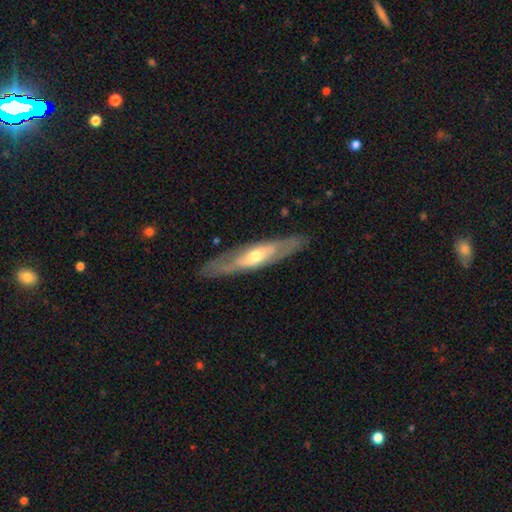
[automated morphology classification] A featured or disk galaxy (67%).

Vote fractions:
- Smooth or featured? featured or disk: 67% / smooth: 28% / star or artifact: 5%
- Edge-on disk? no: 51% / yes: 49%
- Merging? none: 83% / minor disturbance: 12% / major disturbance: 4% / merger: 1%